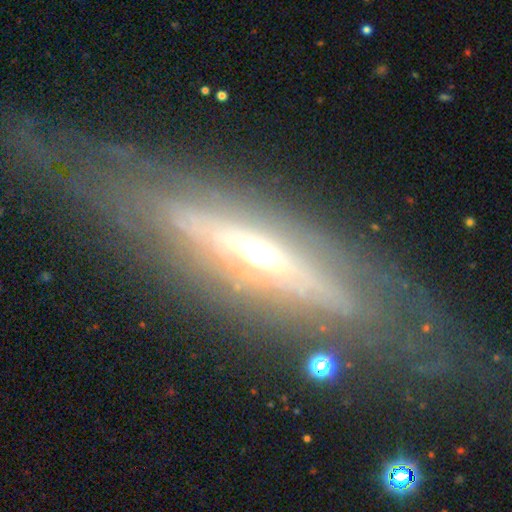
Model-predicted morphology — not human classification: The model was most divided on "edge-on disk": yes: 72%, no: 28%. More confident: smooth or featured — featured or disk (77%); edge-on bulge — rounded (77%); merging — none (73%).